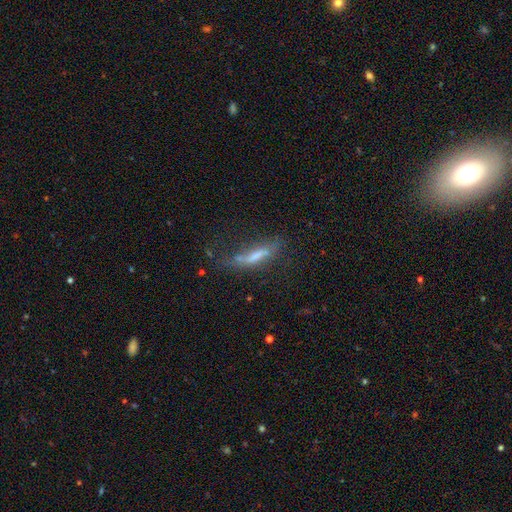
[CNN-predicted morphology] Smooth or featured?
  - featured or disk: 46% *
  - smooth: 42%
  - star or artifact: 12%
Merging?
  - none: 42% *
  - minor disturbance: 27%
  - major disturbance: 26%
  - merger: 5%